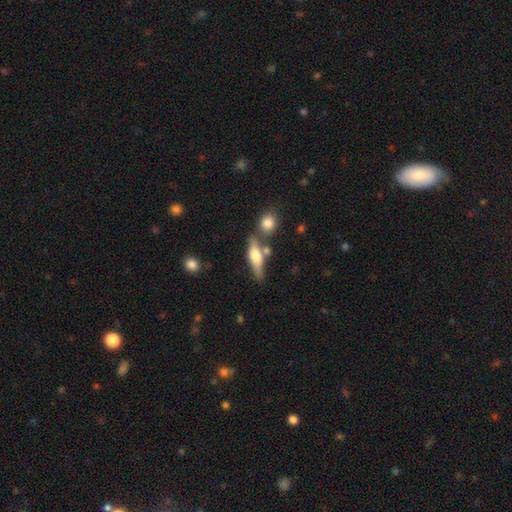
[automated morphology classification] This is possibly a smooth galaxy (52%). How rounded: possibly cigar-shaped (52%). Merging: likely none (60%).